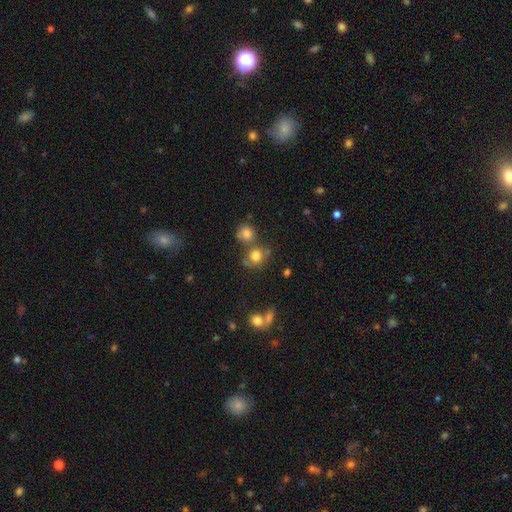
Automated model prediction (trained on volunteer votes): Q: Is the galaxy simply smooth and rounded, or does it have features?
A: smooth — 77%.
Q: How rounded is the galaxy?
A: round — 84%.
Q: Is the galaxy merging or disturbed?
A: none — 58%.